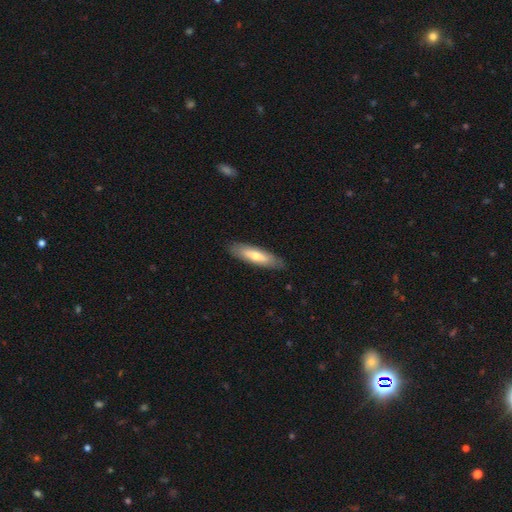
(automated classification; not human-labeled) This appears to be a smooth galaxy with no disk features (59%) that is cigar-shaped (67%). Merging: none (86%).